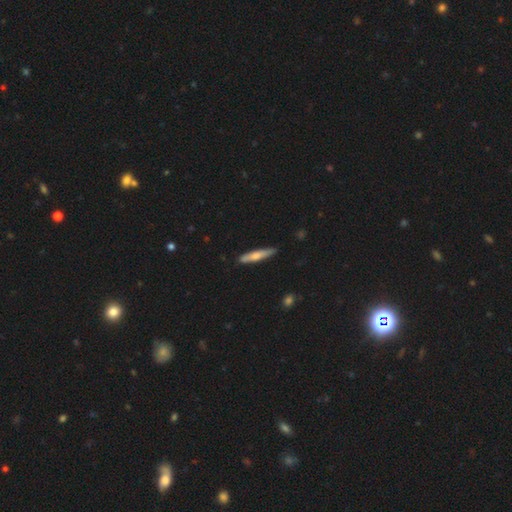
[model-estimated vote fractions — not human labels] Smooth or featured? smooth (62%)
How rounded? cigar-shaped (89%)
Merging? none (84%)